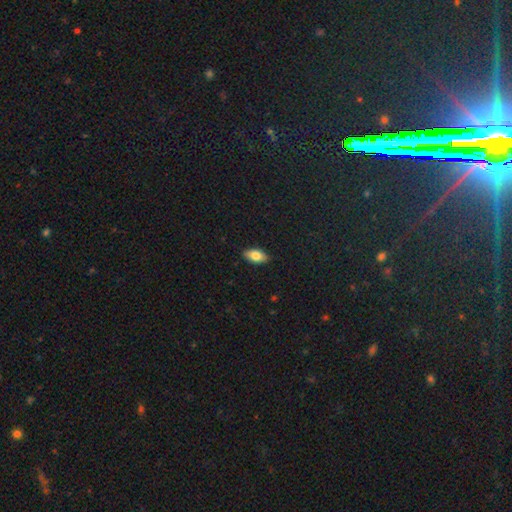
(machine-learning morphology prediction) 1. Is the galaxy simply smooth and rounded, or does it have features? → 81% smooth, 12% featured or disk, 7% star or artifact.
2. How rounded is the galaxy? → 92% in between, 5% cigar-shaped, 4% round.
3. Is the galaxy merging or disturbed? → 88% none, 10% minor disturbance, 2% major disturbance, 1% merger.